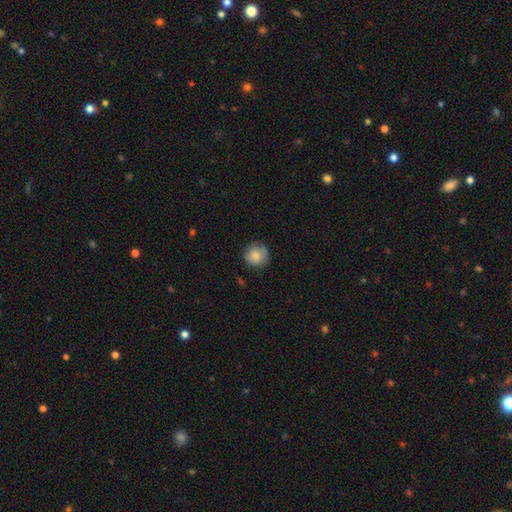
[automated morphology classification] Smooth or featured? Predicted: smooth (p=0.85). How rounded? Predicted: round (p=0.93). Merging? Predicted: none (p=0.82).